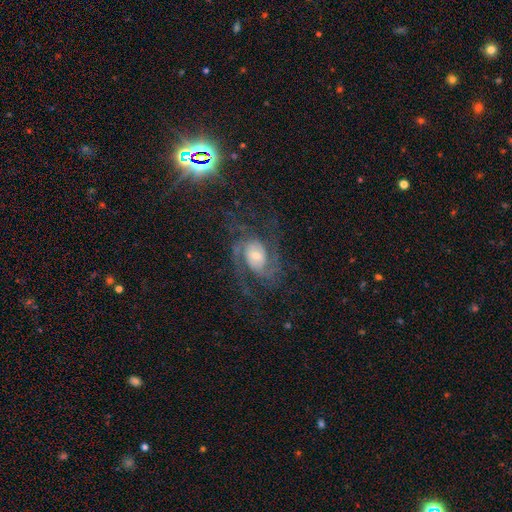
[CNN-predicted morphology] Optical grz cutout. It shows a featured or disk galaxy (83%) with no bar (59%), 2 (47%) medium (49%) spiral arms (96%) and a small central bulge (42%, tied with moderate). Merging: none (66%).